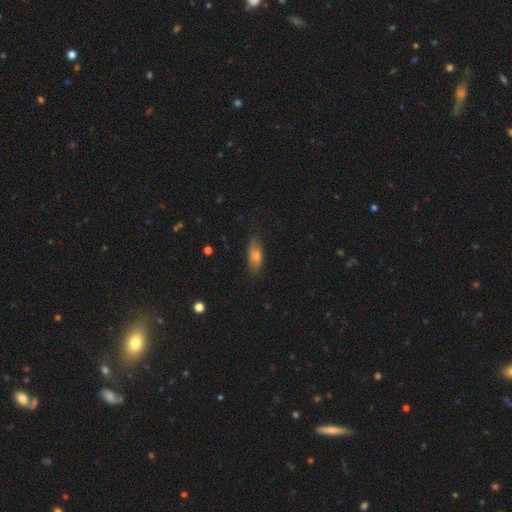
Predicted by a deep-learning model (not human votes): A smooth galaxy with no disk features (63%) that is in between round and cigar-shaped (74%).

Vote fractions:
- Smooth or featured? smooth: 63% / featured or disk: 28% / star or artifact: 9%
- How rounded? in between: 74% / cigar-shaped: 22% / round: 4%
- Merging? none: 74% / minor disturbance: 21% / major disturbance: 5% / merger: 1%